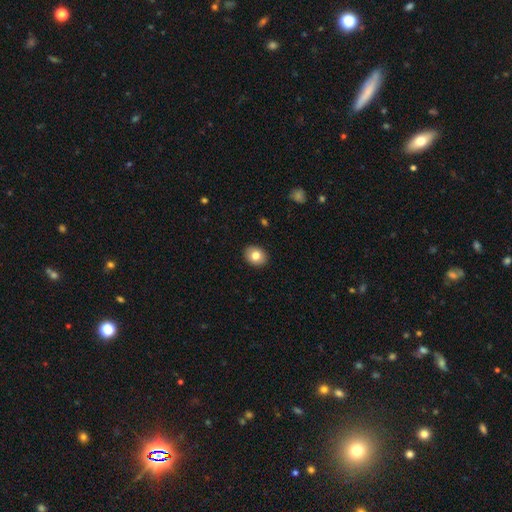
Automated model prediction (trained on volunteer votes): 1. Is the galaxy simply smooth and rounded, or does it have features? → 80% smooth, 11% featured or disk, 9% star or artifact.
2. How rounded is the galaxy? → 52% round, 47% in between, 1% cigar-shaped.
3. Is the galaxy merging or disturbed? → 91% none, 6% minor disturbance, 2% major disturbance, 1% merger.